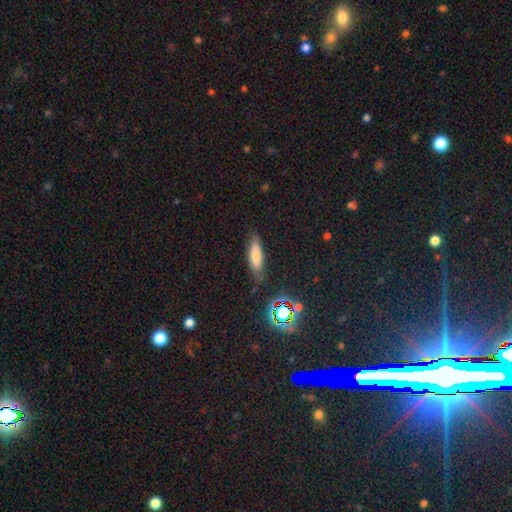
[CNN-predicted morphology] The model was most divided on "how rounded": cigar-shaped: 53%, in between: 44%, round: 3%. More confident: merging — none (78%); smooth or featured — smooth (68%).